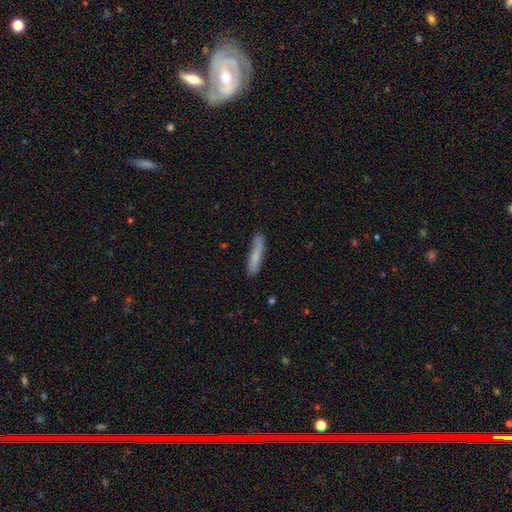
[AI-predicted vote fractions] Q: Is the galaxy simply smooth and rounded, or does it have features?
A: smooth — 73%.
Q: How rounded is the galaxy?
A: cigar-shaped — 87%.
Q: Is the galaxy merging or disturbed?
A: none — 72%.